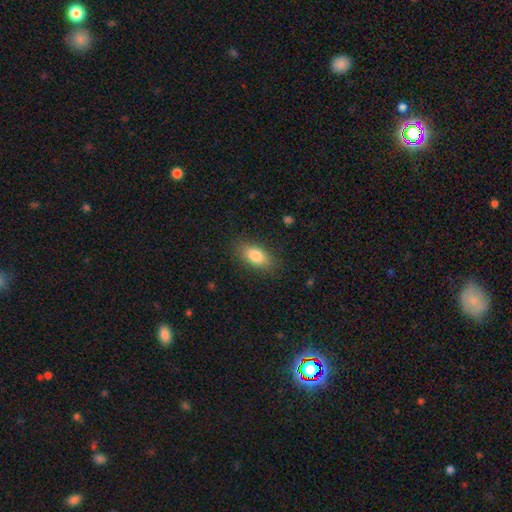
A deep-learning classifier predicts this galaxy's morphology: This is clearly a smooth galaxy (82%). How rounded: clearly in between (87%). Merging: clearly none (84%).